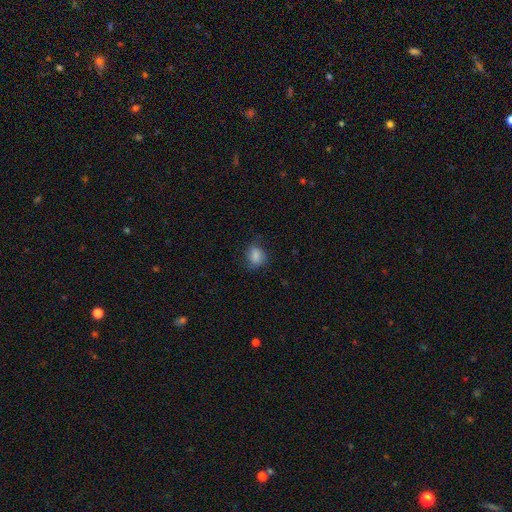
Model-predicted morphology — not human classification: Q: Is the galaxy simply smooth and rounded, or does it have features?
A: smooth — 83%.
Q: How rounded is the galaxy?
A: in between — 55%.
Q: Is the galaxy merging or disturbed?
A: none — 68%.